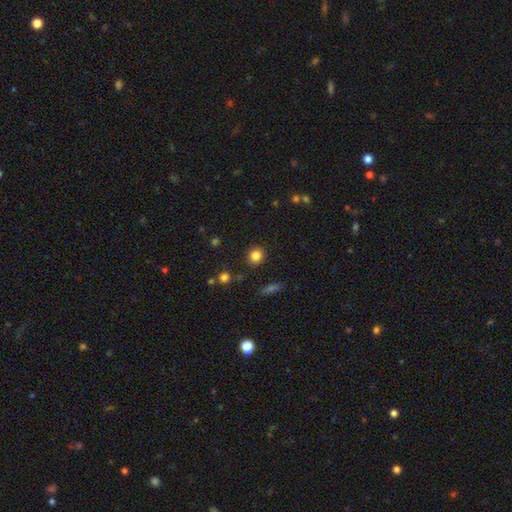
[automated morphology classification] This is clearly a smooth galaxy (83%). How rounded: clearly round (82%). Merging: clearly none (89%).